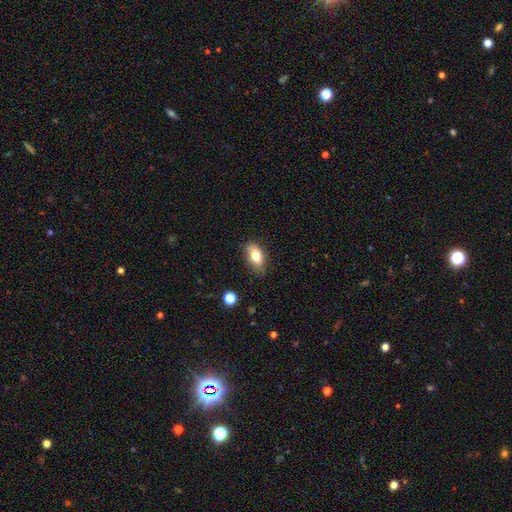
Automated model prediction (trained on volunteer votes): Smooth or featured? smooth (74%)
How rounded? in between (84%)
Merging? none (80%)